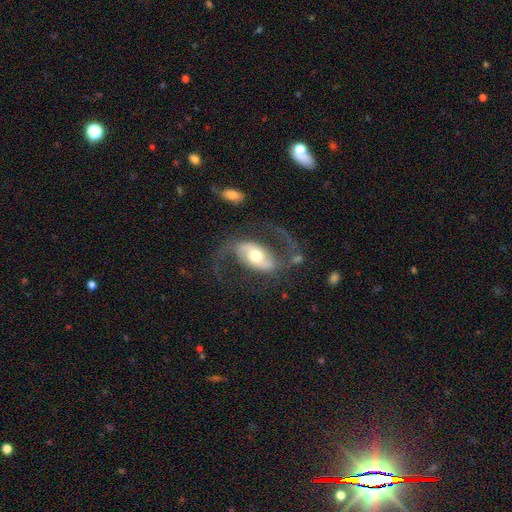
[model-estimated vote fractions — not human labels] smooth_or_featured: featured or disk (p=0.84) [alt: smooth p=0.11]
disk_edge_on: no (p=0.95) [alt: yes p=0.05]
bar: strong (p=0.38) [alt: weak p=0.33]
has_spiral_arms: yes (p=0.91) [alt: no p=0.09]
spiral_winding: loose (p=0.60) [alt: medium p=0.33]
spiral_arm_count: 2 (p=0.92) [alt: 1 p=0.03]
bulge_size: moderate (p=0.70) [alt: large p=0.14]
merging: none (p=0.66) [alt: major disturbance p=0.18]